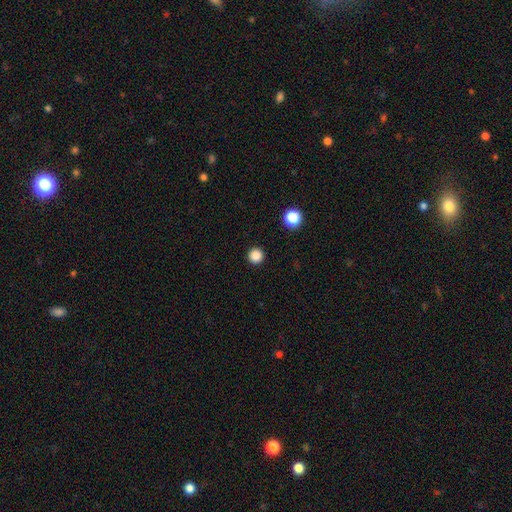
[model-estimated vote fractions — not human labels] Smooth or featured?
  - smooth: 85% *
  - star or artifact: 12%
  - featured or disk: 3%
How rounded?
  - round: 97% *
  - in between: 2%
  - cigar-shaped: 1%
Merging?
  - none: 93% *
  - minor disturbance: 4%
  - major disturbance: 2%
  - merger: 1%